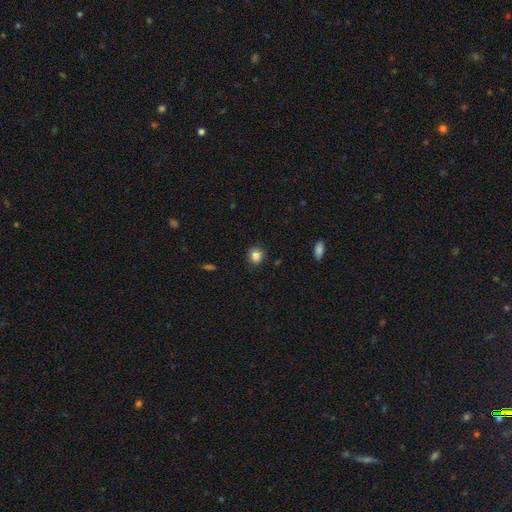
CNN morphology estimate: smooth_or_featured: smooth (p=0.85) [alt: star or artifact p=0.10]
how_rounded: round (p=0.77) [alt: in between p=0.22]
merging: none (p=0.84) [alt: minor disturbance p=0.12]